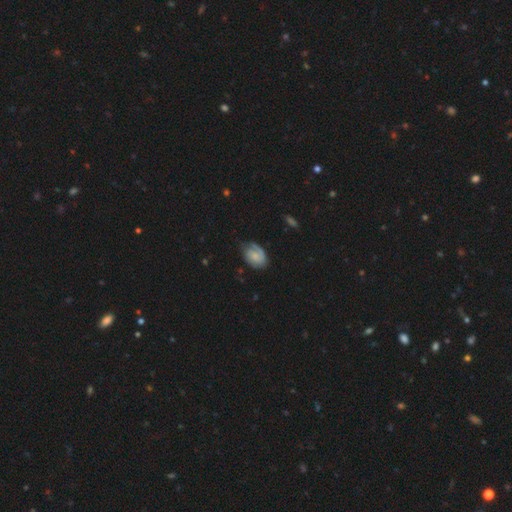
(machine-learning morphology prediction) Overall: featured or disk (57%; smooth 36%). Edge-on disk: no (97%). Bar: no (66%; weak 29%). Spiral arms: yes (88%). Bulge size: small (39%; none 30%). Merging: none (59%; minor disturbance 26%).